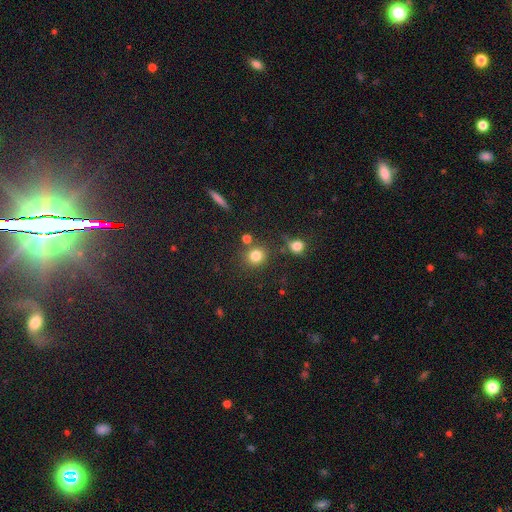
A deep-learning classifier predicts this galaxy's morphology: Q: Smooth or featured?
A: smooth (81%); runner-up: star or artifact (13%)
Q: How rounded?
A: round (85%); runner-up: in between (13%)
Q: Merging?
A: none (78%); runner-up: minor disturbance (9%)